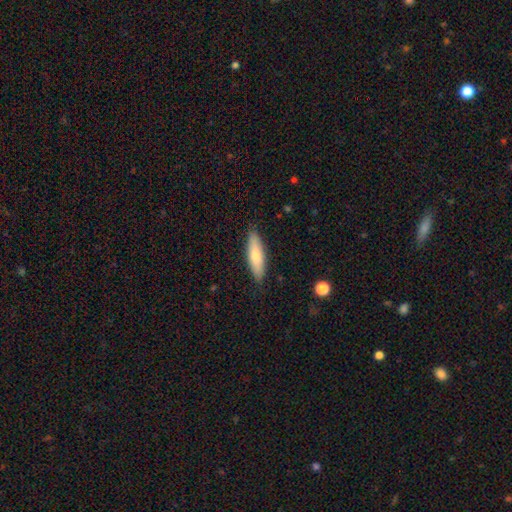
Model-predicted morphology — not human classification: A smooth galaxy with no disk features (72%) that is cigar-shaped (61%).

Vote fractions:
- Smooth or featured? smooth: 72% / featured or disk: 22% / star or artifact: 6%
- How rounded? cigar-shaped: 61% / in between: 37% / round: 2%
- Merging? none: 87% / minor disturbance: 10% / major disturbance: 2% / merger: 1%